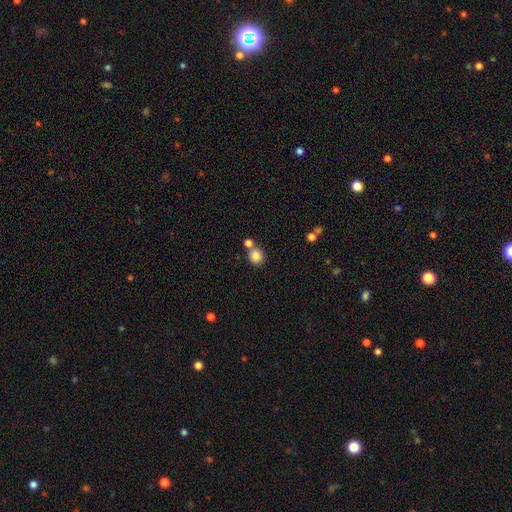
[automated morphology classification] smooth 84%, star or artifact 10%, featured or disk 6%. Down the decision tree: how rounded — round (86%); merging — none (60%).